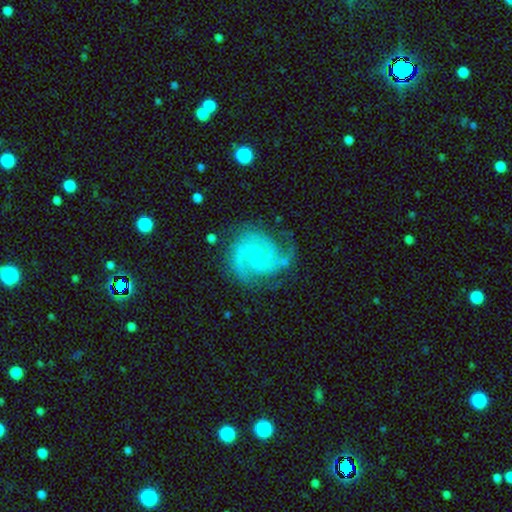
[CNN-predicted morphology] Smooth or featured? Predicted: featured or disk (p=0.89). Edge-on disk? Predicted: no (p=0.98). Bar? Predicted: no (p=0.68). Spiral arms? Predicted: yes (p=0.98). Spiral winding? Predicted: medium (p=0.47). Spiral arm count? Predicted: 2 (p=0.39). Bulge size? Predicted: small (p=0.70). Merging? Predicted: none (p=0.72).